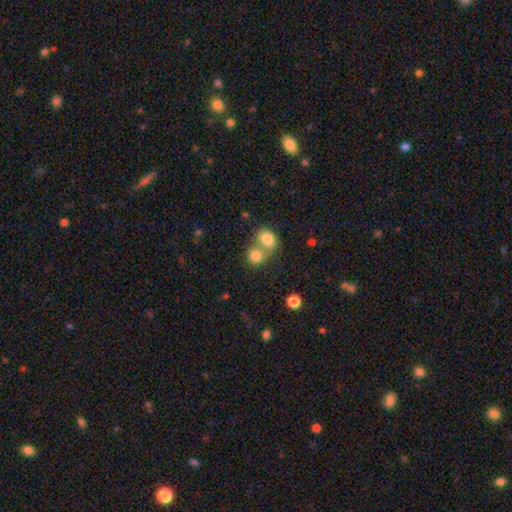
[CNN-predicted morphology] Smooth or featured: smooth — 80% (star or artifact — 10%)
How rounded: round — 70% (in between — 29%)
Merging: merger — 58% (none — 33%)